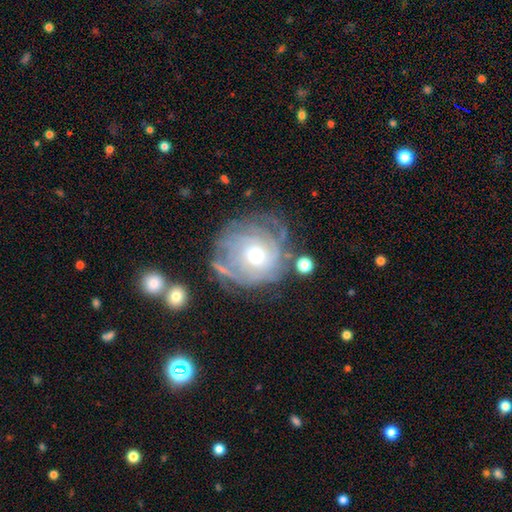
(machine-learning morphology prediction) featured or disk 77%, smooth 16%, star or artifact 7%. Down the decision tree: edge-on disk — no (97%); bar — no (80%); spiral arms — yes (84%); spiral arm count — can't tell (50%); spiral winding — tight (70%); bulge size — moderate (68%); merging — none (60%).